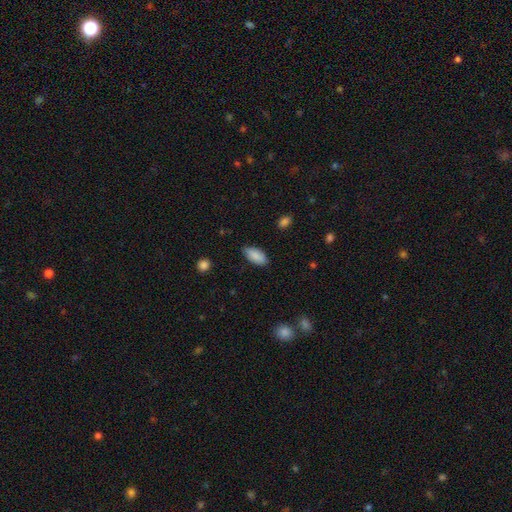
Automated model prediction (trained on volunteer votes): Smooth or featured: smooth — 88% (star or artifact — 6%)
How rounded: in between — 91% (cigar-shaped — 7%)
Merging: none — 80% (minor disturbance — 16%)